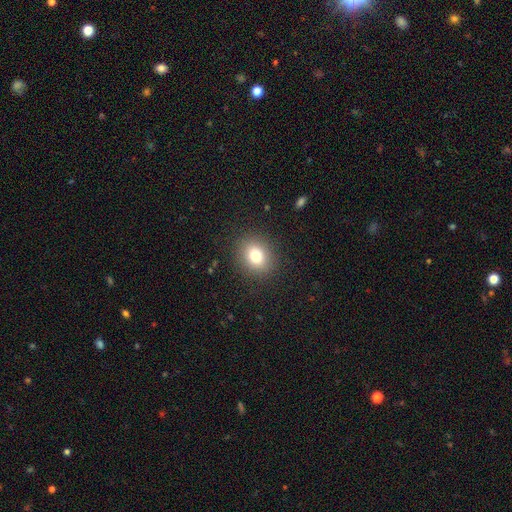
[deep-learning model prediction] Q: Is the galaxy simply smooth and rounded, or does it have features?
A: smooth — 78%.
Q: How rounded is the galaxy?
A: round — 64%.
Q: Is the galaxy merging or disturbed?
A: none — 88%.